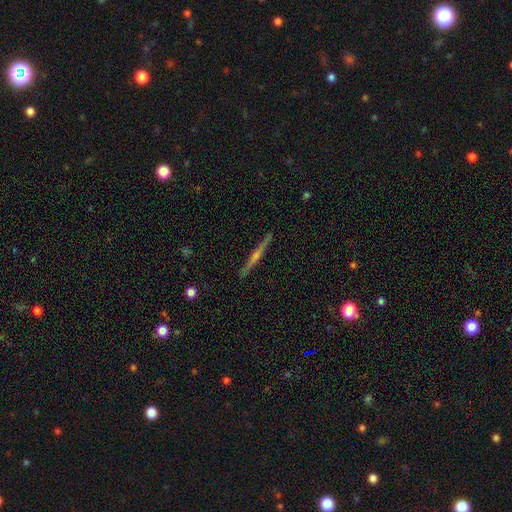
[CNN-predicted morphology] Smooth or featured: featured or disk — 77% (smooth — 17%)
Edge-on disk: yes — 98% (no — 2%)
Edge-on bulge: rounded — 78% (none — 14%)
Merging: none — 92% (minor disturbance — 5%)